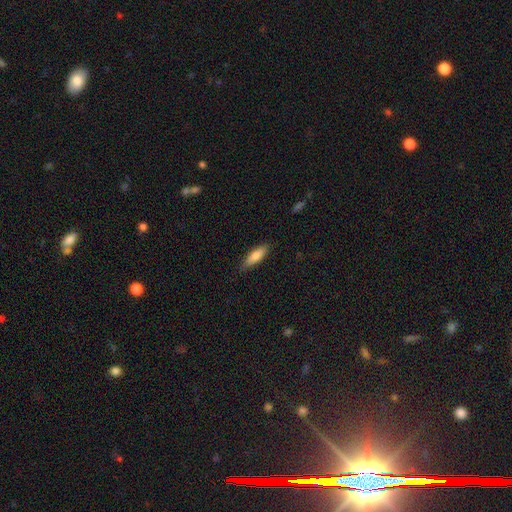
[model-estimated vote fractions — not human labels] Morphology: type=smooth (79%); roundness=cigar-shaped (54%); merging=none (82%).